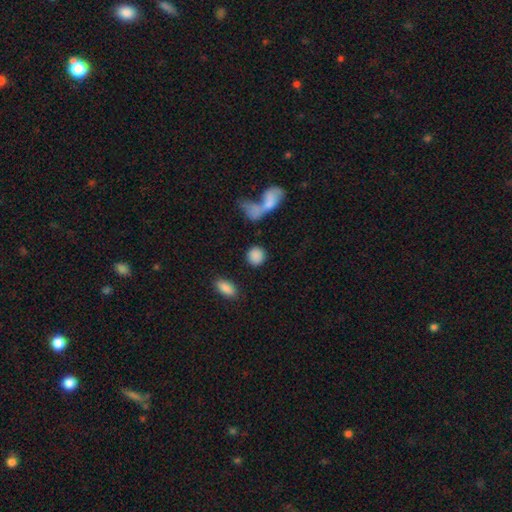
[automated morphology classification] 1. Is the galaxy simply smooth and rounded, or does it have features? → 86% smooth, 8% star or artifact, 6% featured or disk.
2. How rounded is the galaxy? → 79% round, 18% in between, 3% cigar-shaped.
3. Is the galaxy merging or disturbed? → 74% none, 12% merger, 8% minor disturbance, 6% major disturbance.